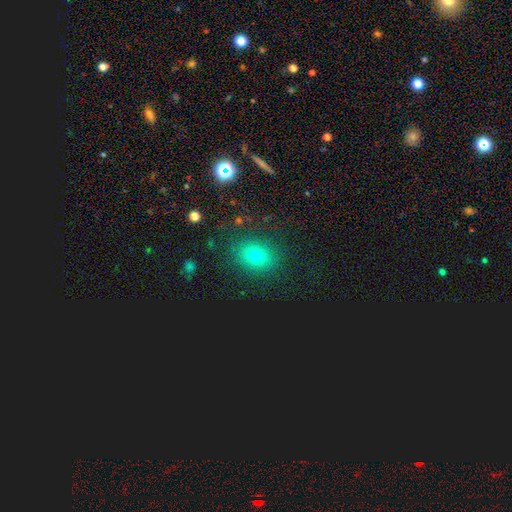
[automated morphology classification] smooth 65%, star or artifact 25%, featured or disk 10%. Down the decision tree: how rounded — round (51%); merging — none (86%).